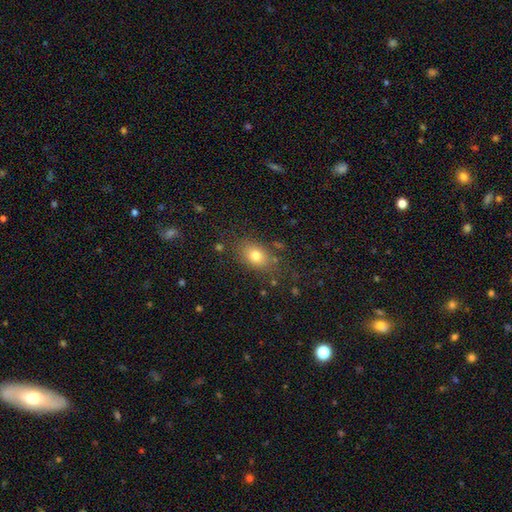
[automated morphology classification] smooth-or-featured: smooth: 78% | star or artifact: 11% | featured or disk: 11%
  how-rounded: in between: 76% | round: 22% | cigar-shaped: 2%
  merging: none: 78% | minor disturbance: 14% | major disturbance: 5% | merger: 3%